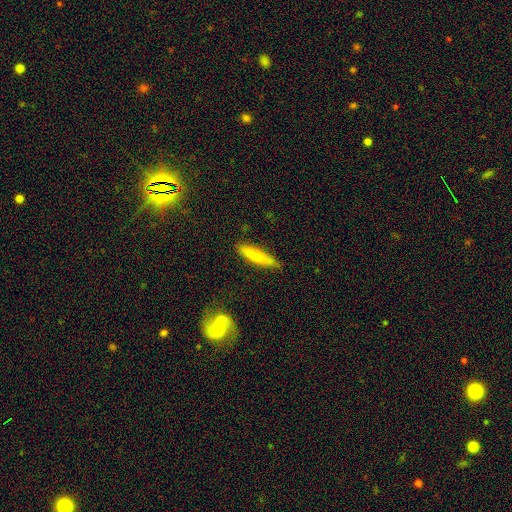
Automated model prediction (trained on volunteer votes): Smooth or featured: smooth — 72% (featured or disk — 23%)
How rounded: cigar-shaped — 85% (in between — 13%)
Merging: none — 78% (minor disturbance — 17%)